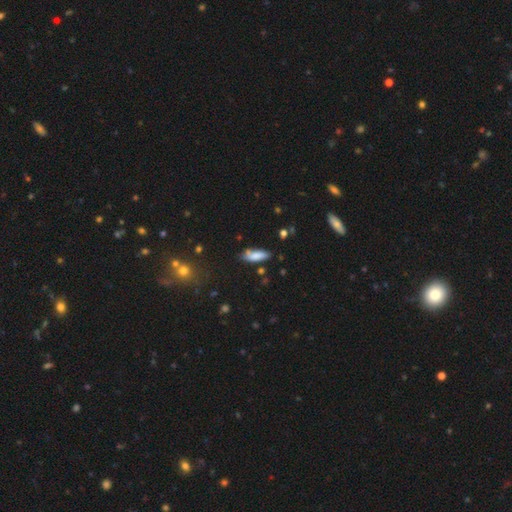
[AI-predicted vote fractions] smooth_or_featured: smooth (p=0.80) [alt: featured or disk p=0.12]
how_rounded: in between (p=0.60) [alt: cigar-shaped p=0.38]
merging: none (p=0.67) [alt: minor disturbance p=0.23]